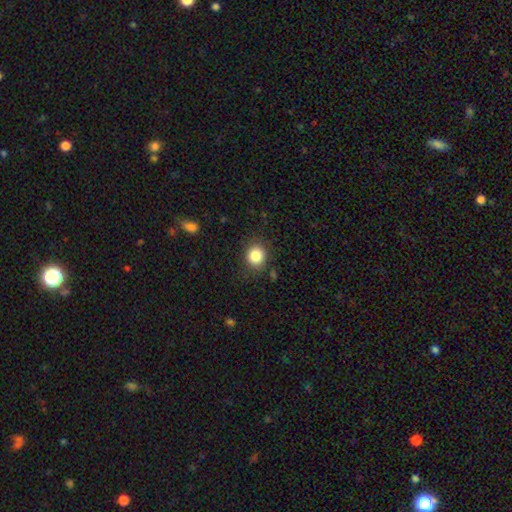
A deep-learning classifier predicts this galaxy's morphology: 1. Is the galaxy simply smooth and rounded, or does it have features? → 85% smooth, 10% star or artifact, 5% featured or disk.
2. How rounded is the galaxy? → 83% round, 16% in between, 1% cigar-shaped.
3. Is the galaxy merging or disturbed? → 85% none, 10% minor disturbance, 3% major disturbance, 2% merger.